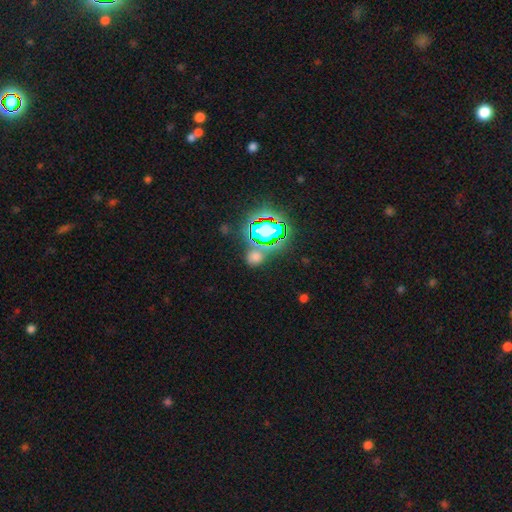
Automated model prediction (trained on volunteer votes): Q: Smooth or featured?
A: star or artifact (47%); runner-up: smooth (44%)